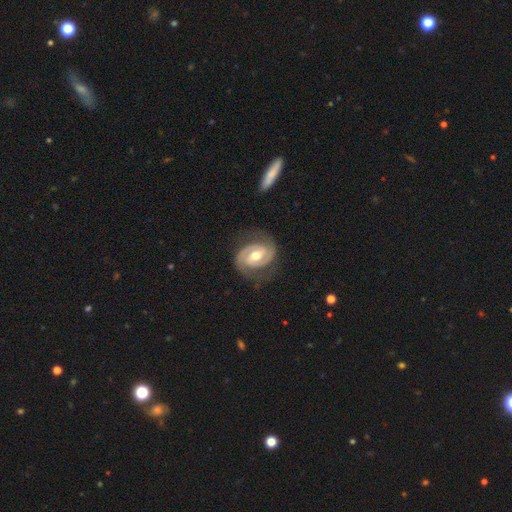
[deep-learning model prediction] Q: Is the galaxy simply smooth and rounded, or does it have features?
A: featured or disk — 87%.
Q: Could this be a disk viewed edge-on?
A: no — 98%.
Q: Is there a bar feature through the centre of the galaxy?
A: weak — 44%.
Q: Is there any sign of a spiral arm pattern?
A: yes — 96%.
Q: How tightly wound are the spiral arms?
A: tight — 54%.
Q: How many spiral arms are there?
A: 2 — 91%.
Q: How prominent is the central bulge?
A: moderate — 74%.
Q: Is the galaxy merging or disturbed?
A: none — 78%.